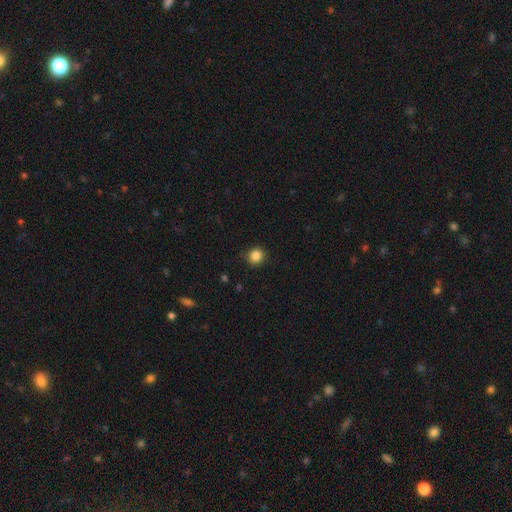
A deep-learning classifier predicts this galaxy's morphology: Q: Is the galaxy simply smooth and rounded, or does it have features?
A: smooth — 86%.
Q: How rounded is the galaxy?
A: round — 89%.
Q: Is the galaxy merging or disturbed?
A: none — 88%.